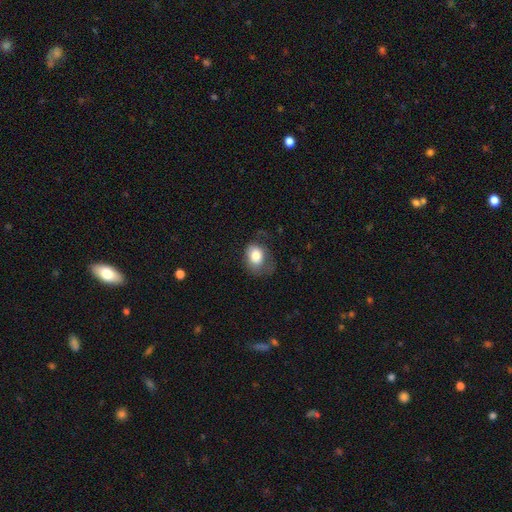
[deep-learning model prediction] Morphology: type=smooth (77%); roundness=in between (60%); merging=none (45%).